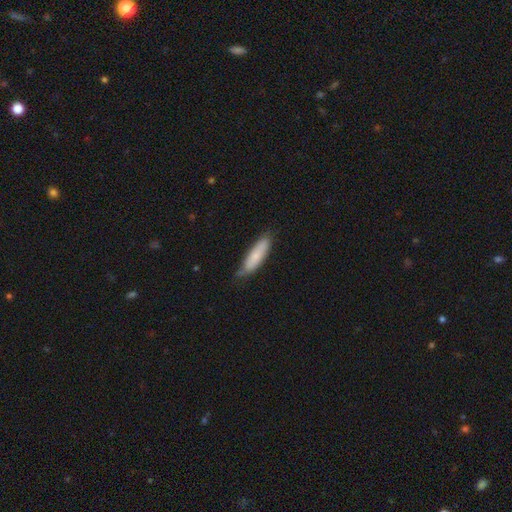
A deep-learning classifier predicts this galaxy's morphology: A smooth galaxy with no disk features (77%) that is cigar-shaped (65%).

Vote fractions:
- Smooth or featured? smooth: 77% / featured or disk: 17% / star or artifact: 6%
- How rounded? cigar-shaped: 65% / in between: 33% / round: 1%
- Merging? none: 69% / minor disturbance: 26% / major disturbance: 4% / merger: 2%